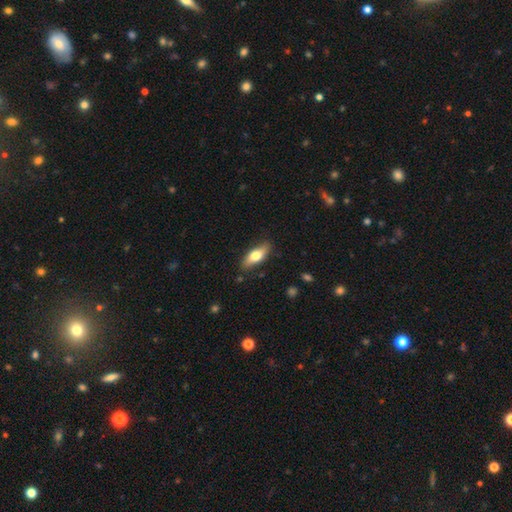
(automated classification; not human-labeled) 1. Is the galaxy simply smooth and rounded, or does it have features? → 67% smooth, 27% featured or disk, 6% star or artifact.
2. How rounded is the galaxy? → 69% in between, 28% cigar-shaped, 3% round.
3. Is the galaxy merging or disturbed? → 82% none, 14% minor disturbance, 3% major disturbance, 1% merger.